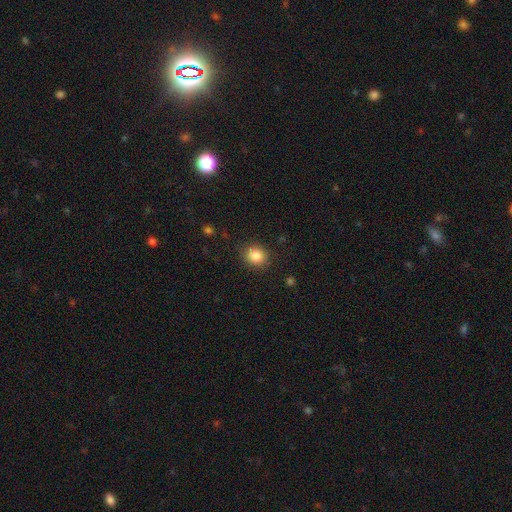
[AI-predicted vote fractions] This appears to be a smooth galaxy with no disk features (85%) that is round (75%). Merging: none (86%).